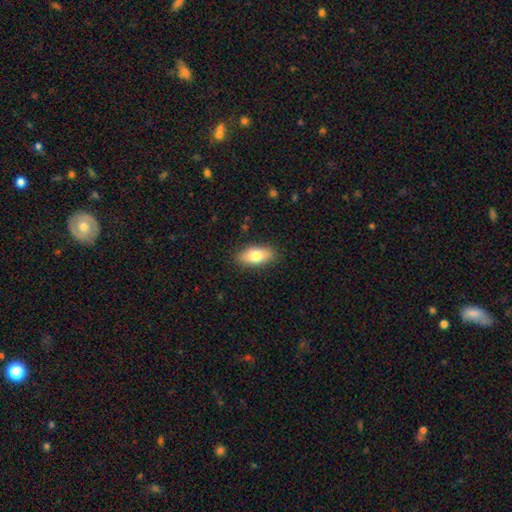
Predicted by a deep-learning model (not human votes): The model was most divided on "smooth or featured": smooth: 77%, featured or disk: 16%, star or artifact: 7%. More confident: merging — none (87%); how rounded — in between (87%).